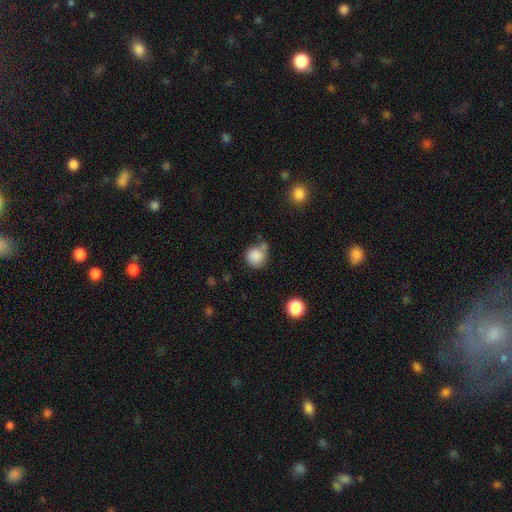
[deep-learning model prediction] Overall: smooth (86%). How rounded: round (90%). Merging: none (58%; minor disturbance 18%).